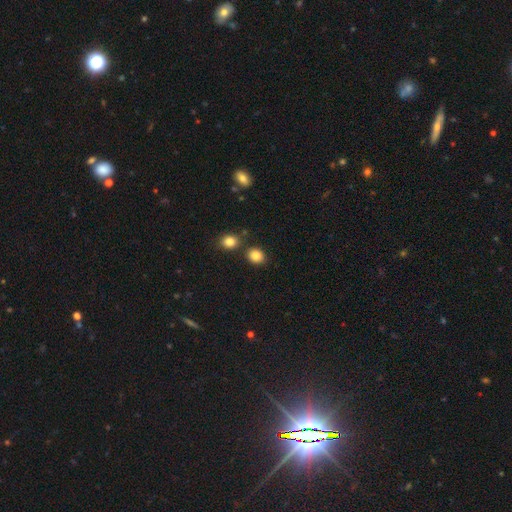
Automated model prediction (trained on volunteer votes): smooth_or_featured: smooth (p=0.86) [alt: star or artifact p=0.10]
how_rounded: round (p=0.67) [alt: in between p=0.32]
merging: none (p=0.79) [alt: merger p=0.09]